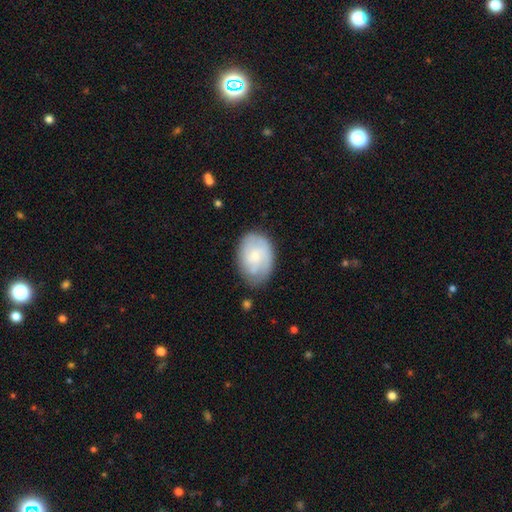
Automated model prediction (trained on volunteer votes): smooth-or-featured: featured or disk: 49% | smooth: 45% | star or artifact: 6%
  merging: none: 69% | minor disturbance: 22% | major disturbance: 7% | merger: 2%